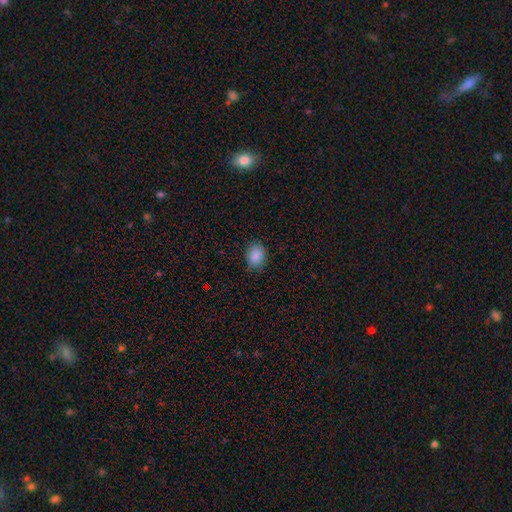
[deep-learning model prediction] A smooth galaxy with no disk features (87%) that is in between round and cigar-shaped (52%).

Vote fractions:
- Smooth or featured? smooth: 87% / star or artifact: 9% / featured or disk: 4%
- How rounded? in between: 52% / round: 47% / cigar-shaped: 1%
- Merging? none: 85% / minor disturbance: 11% / major disturbance: 3% / merger: 1%